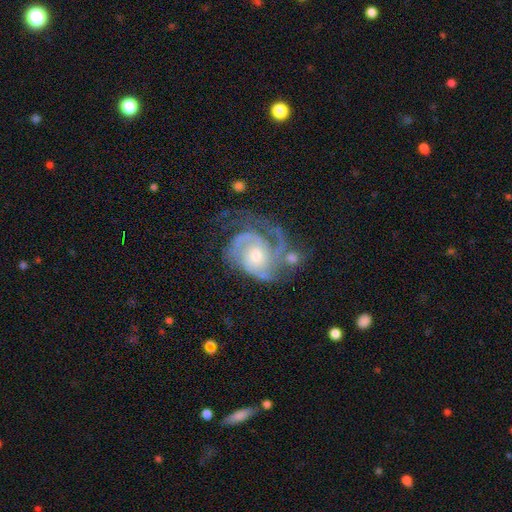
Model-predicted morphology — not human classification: Q: Smooth or featured?
A: featured or disk (90%); runner-up: smooth (5%)
Q: Edge-on disk?
A: no (98%); runner-up: yes (2%)
Q: Bar?
A: no (71%); runner-up: weak (24%)
Q: Spiral arms?
A: yes (97%); runner-up: no (3%)
Q: Spiral winding?
A: tight (57%); runner-up: medium (35%)
Q: Spiral arm count?
A: 2 (42%); runner-up: 3 (27%)
Q: Bulge size?
A: moderate (56%); runner-up: small (36%)
Q: Merging?
A: none (47%); runner-up: minor disturbance (21%)